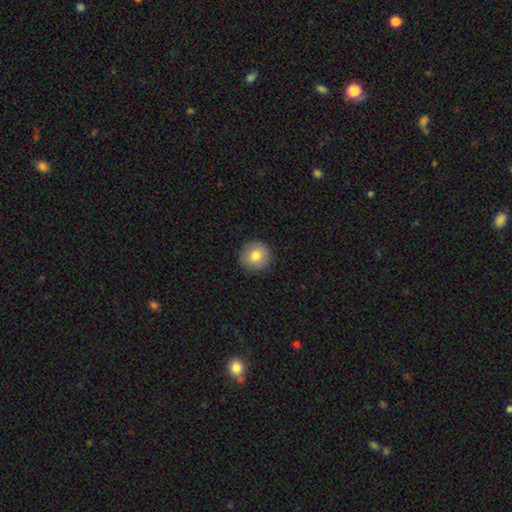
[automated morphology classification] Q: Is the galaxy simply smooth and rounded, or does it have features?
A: smooth — 81%.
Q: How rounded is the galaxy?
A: round — 95%.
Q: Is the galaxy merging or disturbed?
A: none — 91%.